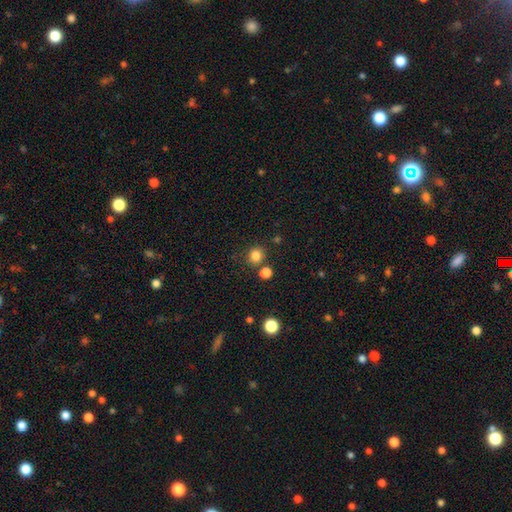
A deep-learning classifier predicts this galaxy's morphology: Smooth or featured: smooth — 82% (star or artifact — 13%)
How rounded: round — 84% (in between — 16%)
Merging: none — 78% (merger — 9%)